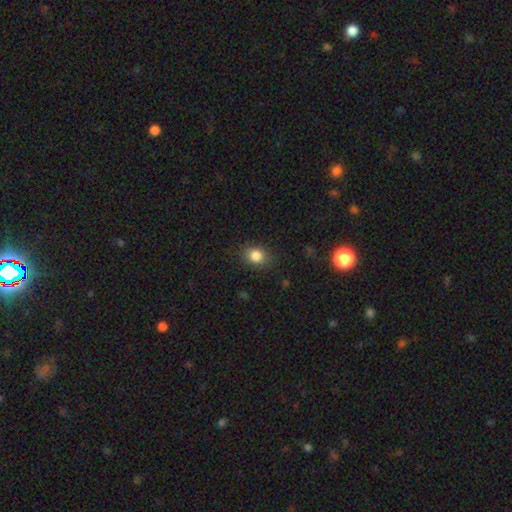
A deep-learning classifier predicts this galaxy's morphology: This appears to be a smooth galaxy with no disk features (84%) that is round (54%). Merging: none (85%).